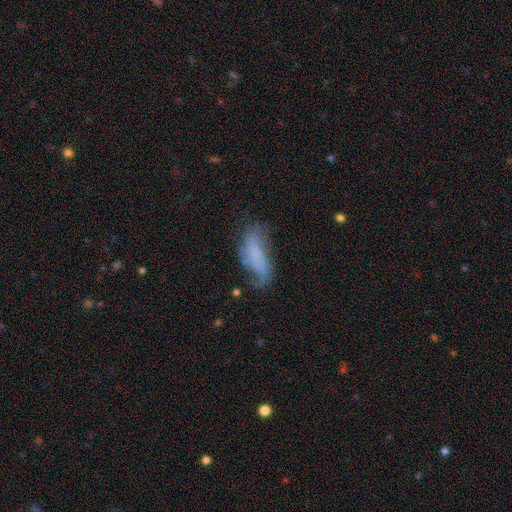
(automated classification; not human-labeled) Q: Smooth or featured?
A: smooth (51%); runner-up: featured or disk (39%)
Q: How rounded?
A: in between (74%); runner-up: cigar-shaped (23%)
Q: Merging?
A: none (36%); runner-up: minor disturbance (30%)